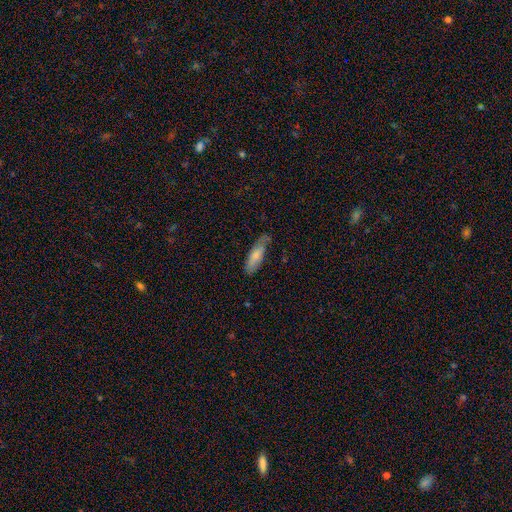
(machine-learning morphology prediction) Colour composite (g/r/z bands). It shows a smooth galaxy with no disk features (73%) that is in between round and cigar-shaped (51%). Merging: none (61%).